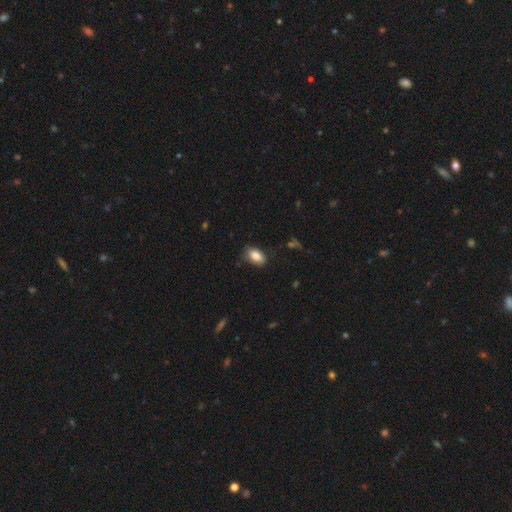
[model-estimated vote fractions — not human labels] Smooth or featured?
  - smooth: 86% *
  - star or artifact: 8%
  - featured or disk: 6%
How rounded?
  - in between: 92% *
  - round: 6%
  - cigar-shaped: 3%
Merging?
  - none: 81% *
  - minor disturbance: 15%
  - major disturbance: 3%
  - merger: 1%